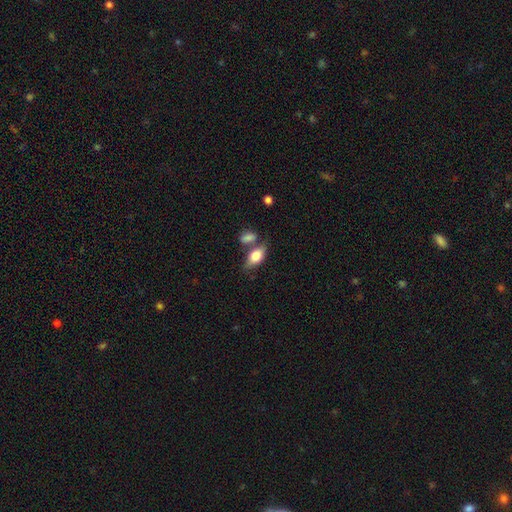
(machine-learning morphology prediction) Smooth or featured: smooth — 73% (featured or disk — 20%)
How rounded: in between — 84% (cigar-shaped — 10%)
Merging: none — 52% (merger — 26%)